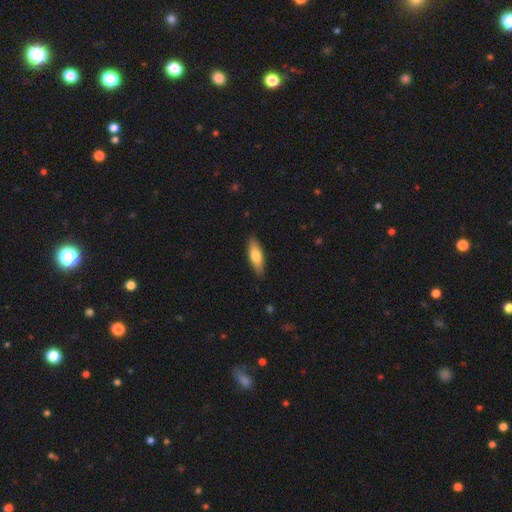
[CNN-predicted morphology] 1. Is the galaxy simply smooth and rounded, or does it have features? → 73% smooth, 22% featured or disk, 5% star or artifact.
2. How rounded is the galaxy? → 60% in between, 38% cigar-shaped, 2% round.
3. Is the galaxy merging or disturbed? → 87% none, 10% minor disturbance, 2% major disturbance, 1% merger.